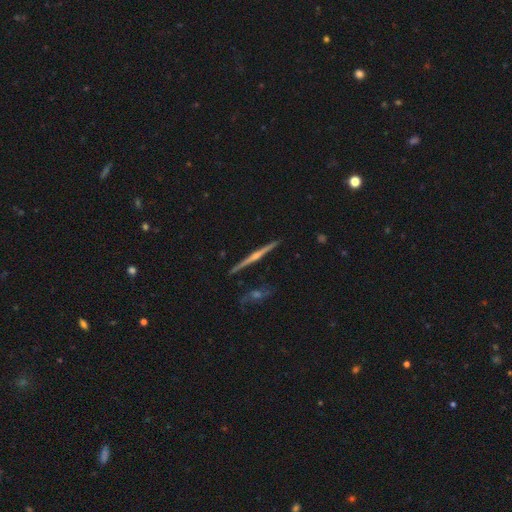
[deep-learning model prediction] The model was most divided on "smooth or featured": featured or disk: 83%, smooth: 11%, star or artifact: 6%. More confident: edge-on disk — yes (98%); merging — none (90%); edge-on bulge — rounded (83%).